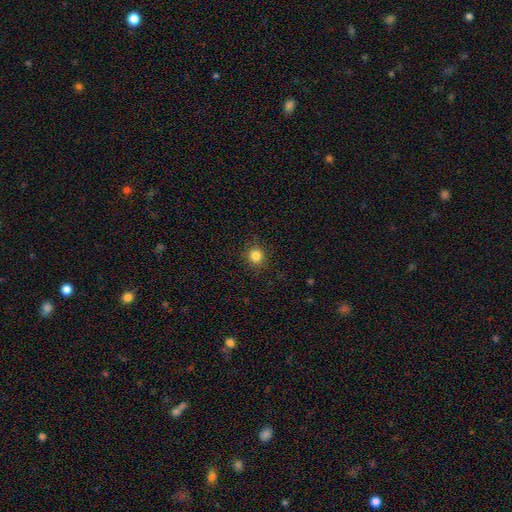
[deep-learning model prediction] Smooth or featured? Predicted: smooth (p=0.83). How rounded? Predicted: round (p=0.89). Merging? Predicted: none (p=0.89).